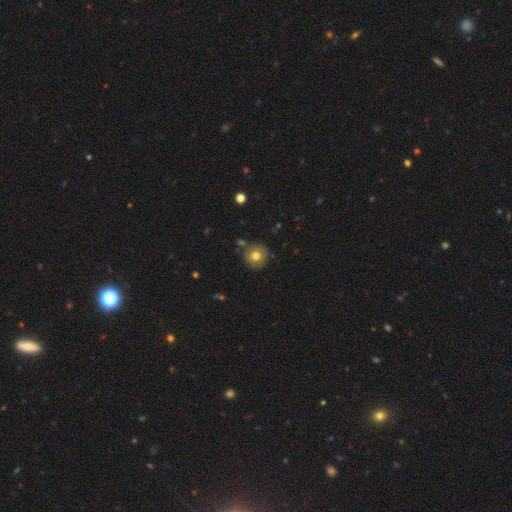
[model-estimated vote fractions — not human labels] A smooth galaxy with no disk features (72%) that is round (93%).

Vote fractions:
- Smooth or featured? smooth: 72% / featured or disk: 17% / star or artifact: 10%
- How rounded? round: 93% / in between: 6% / cigar-shaped: 1%
- Merging? none: 82% / minor disturbance: 11% / merger: 4% / major disturbance: 3%